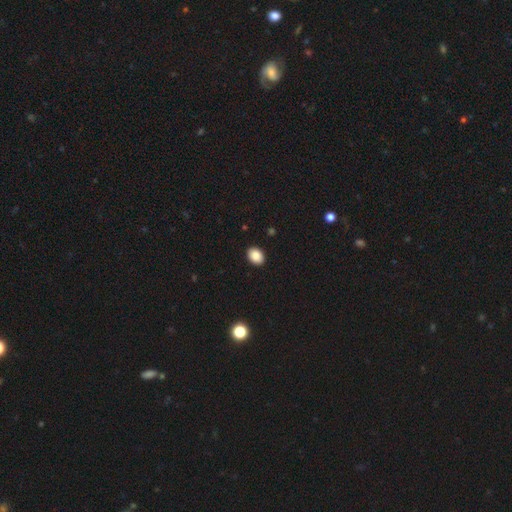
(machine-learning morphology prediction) smooth_or_featured: smooth (p=0.88) [alt: star or artifact p=0.09]
how_rounded: in between (p=0.67) [alt: round p=0.33]
merging: none (p=0.91) [alt: minor disturbance p=0.06]